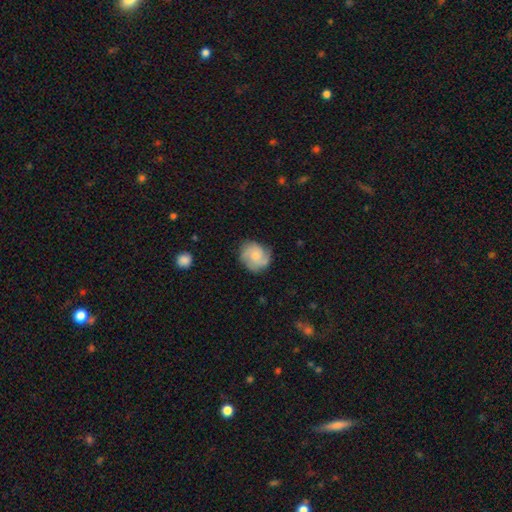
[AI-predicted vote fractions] smooth_or_featured: featured or disk (p=0.53) [alt: smooth p=0.40]
disk_edge_on: no (p=0.98) [alt: yes p=0.02]
bar: no (p=0.75) [alt: weak p=0.22]
has_spiral_arms: yes (p=0.89) [alt: no p=0.11]
bulge_size: small (p=0.44) [alt: moderate p=0.33]
merging: none (p=0.72) [alt: minor disturbance p=0.20]